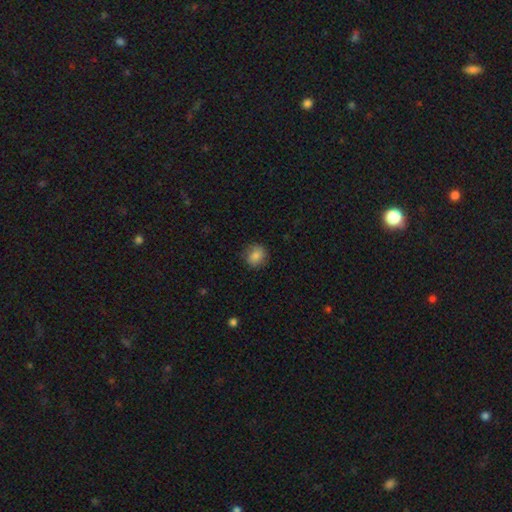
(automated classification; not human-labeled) smooth 85%, star or artifact 9%, featured or disk 6%. Down the decision tree: how rounded — round (76%); merging — none (84%).